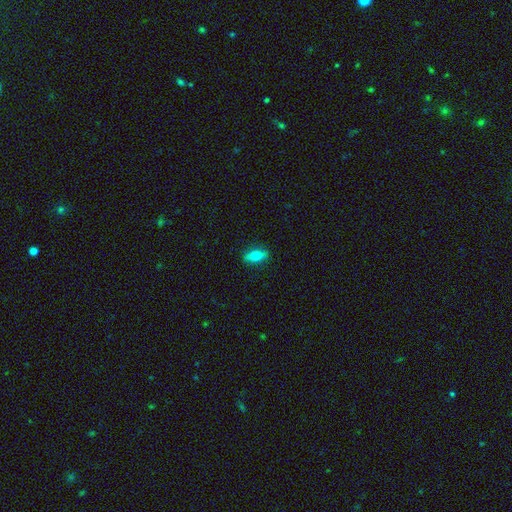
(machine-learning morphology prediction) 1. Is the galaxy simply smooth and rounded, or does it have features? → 74% smooth, 19% featured or disk, 7% star or artifact.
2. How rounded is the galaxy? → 70% in between, 27% cigar-shaped, 3% round.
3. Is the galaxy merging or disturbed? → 87% none, 10% minor disturbance, 2% major disturbance, 1% merger.